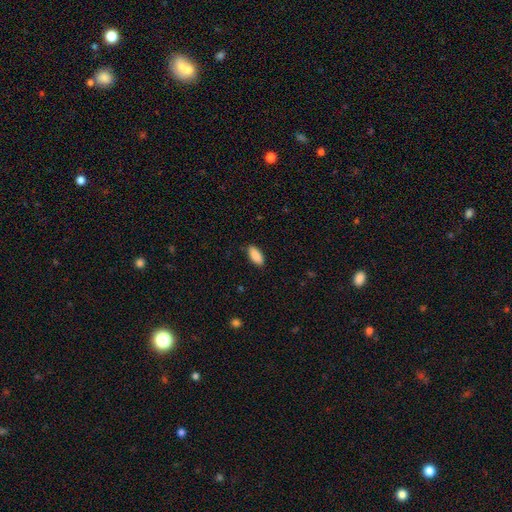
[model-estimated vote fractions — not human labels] Q: Smooth or featured?
A: smooth (90%); runner-up: star or artifact (6%)
Q: How rounded?
A: in between (89%); runner-up: cigar-shaped (9%)
Q: Merging?
A: none (87%); runner-up: minor disturbance (10%)